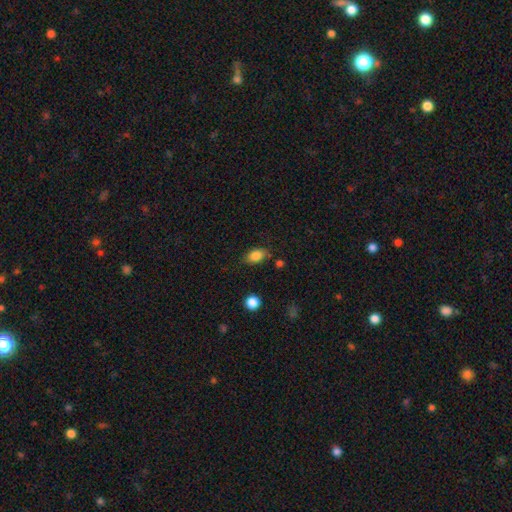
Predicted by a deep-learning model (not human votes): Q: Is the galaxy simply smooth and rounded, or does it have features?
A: smooth — 83%.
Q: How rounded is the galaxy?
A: in between — 81%.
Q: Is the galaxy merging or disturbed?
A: none — 71%.